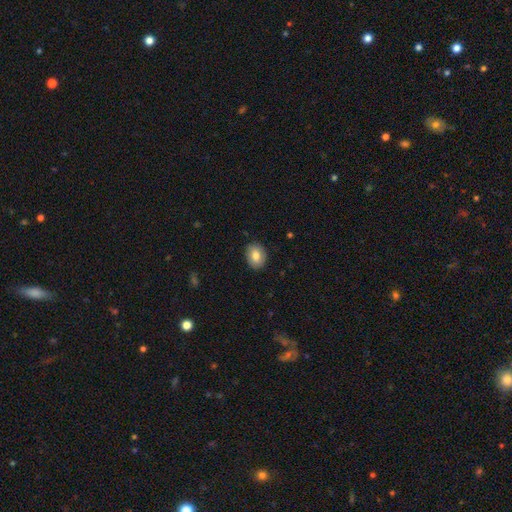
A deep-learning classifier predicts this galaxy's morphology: type=smooth (80%); roundness=in between (66%); merging=none (87%).